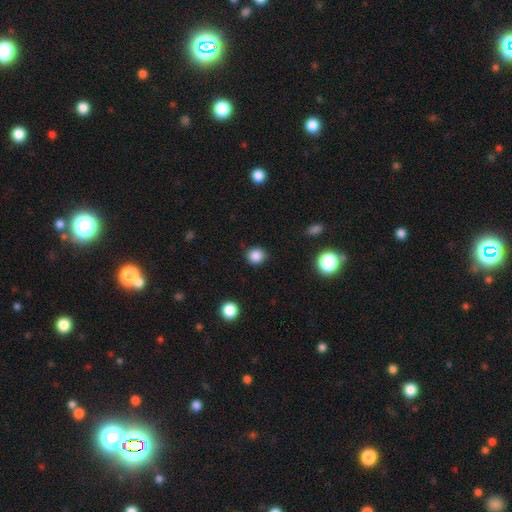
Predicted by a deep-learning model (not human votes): This appears to be a smooth galaxy with no disk features (85%) that is round (87%). Merging: none (88%).